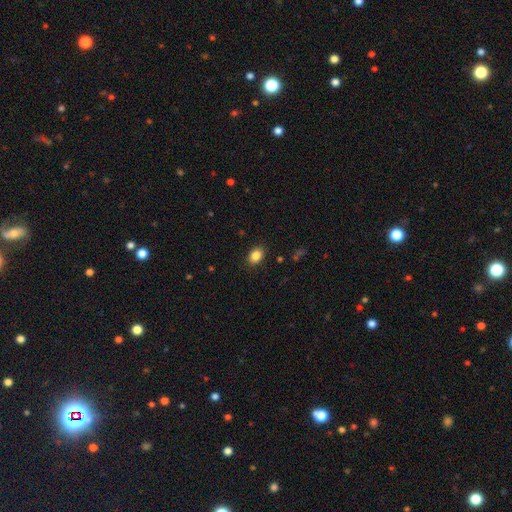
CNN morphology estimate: Smooth or featured?
  - smooth: 86% *
  - star or artifact: 9%
  - featured or disk: 5%
How rounded?
  - in between: 73% *
  - round: 26%
  - cigar-shaped: 1%
Merging?
  - none: 88% *
  - minor disturbance: 9%
  - major disturbance: 2%
  - merger: 1%